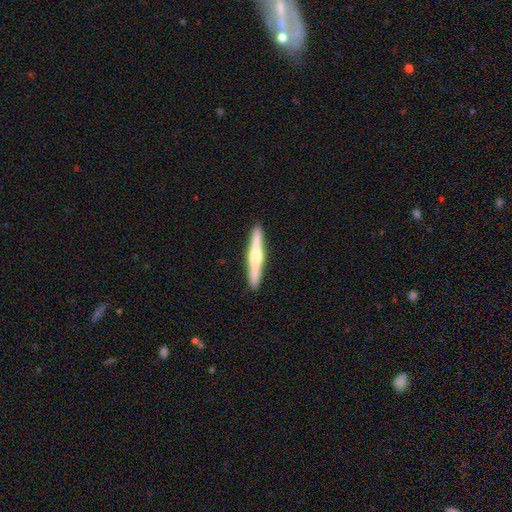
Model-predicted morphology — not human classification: smooth_or_featured: featured or disk (p=0.67) [alt: smooth p=0.28]
disk_edge_on: yes (p=0.98) [alt: no p=0.02]
edge_on_bulge: rounded (p=0.84) [alt: boxy p=0.09]
merging: none (p=0.92) [alt: minor disturbance p=0.06]